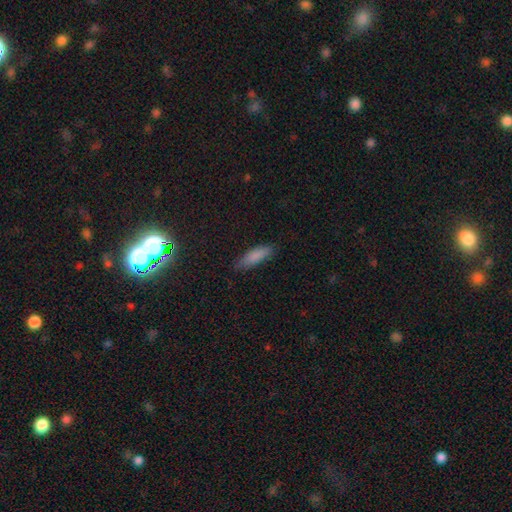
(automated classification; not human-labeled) Smooth or featured: smooth — 84% (featured or disk — 8%)
How rounded: cigar-shaped — 53% (in between — 45%)
Merging: none — 82% (minor disturbance — 15%)